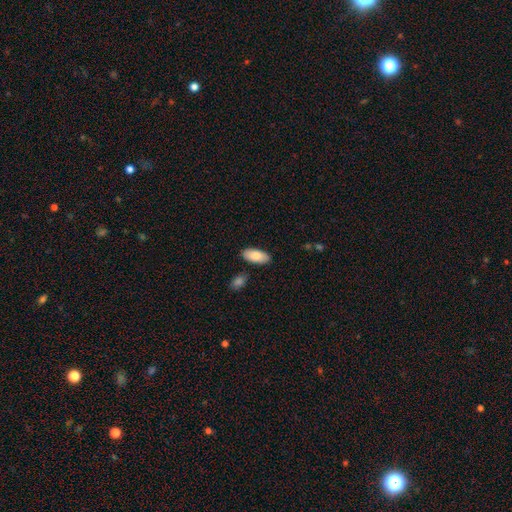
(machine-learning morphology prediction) smooth 84%, featured or disk 10%, star or artifact 6%. Down the decision tree: how rounded — in between (91%); merging — none (86%).